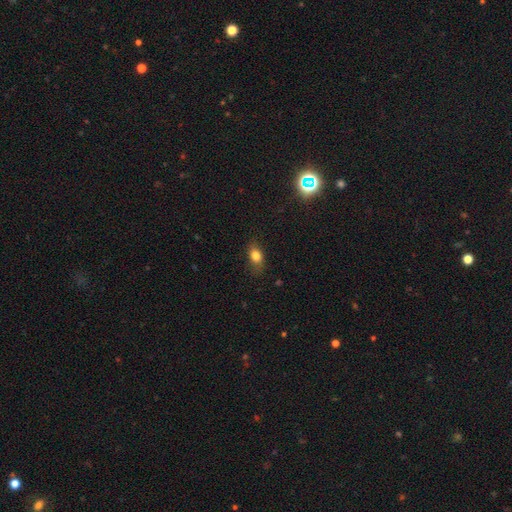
Q: Smooth or featured?
A: smooth (74%); runner-up: featured or disk (15%)
Q: How rounded?
A: in between (79%); runner-up: round (21%)
Q: Merging?
A: none (83%); runner-up: minor disturbance (17%)